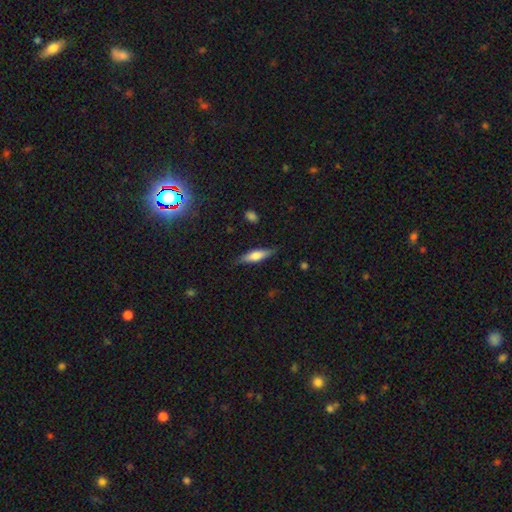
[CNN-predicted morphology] Q: Smooth or featured?
A: smooth (57%); runner-up: featured or disk (37%)
Q: How rounded?
A: cigar-shaped (66%); runner-up: in between (32%)
Q: Merging?
A: none (84%); runner-up: minor disturbance (12%)